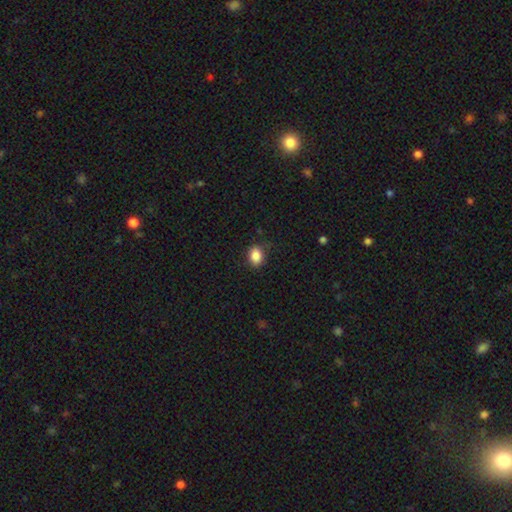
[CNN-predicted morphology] Smooth or featured: smooth — 87% (star or artifact — 9%)
How rounded: in between — 67% (round — 32%)
Merging: none — 82% (minor disturbance — 14%)